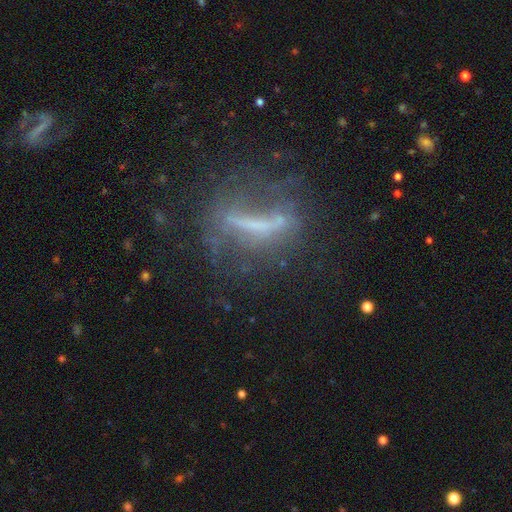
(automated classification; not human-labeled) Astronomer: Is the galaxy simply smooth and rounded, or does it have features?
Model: featured or disk — 61%.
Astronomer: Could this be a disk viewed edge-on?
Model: no — 55% (runner-up: yes, 45%).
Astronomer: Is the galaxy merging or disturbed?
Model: none — 62%.